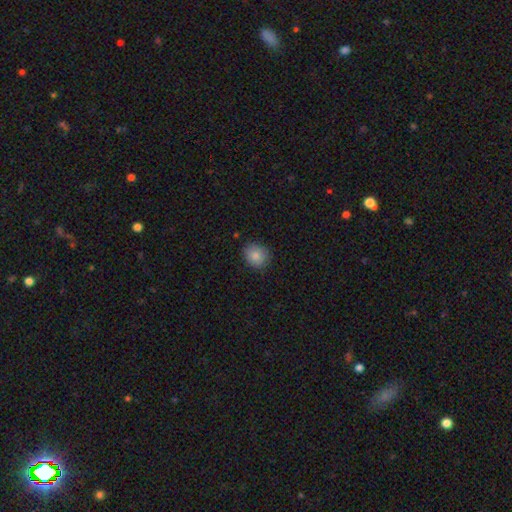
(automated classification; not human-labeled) The model was most divided on "how rounded": round: 72%, in between: 27%, cigar-shaped: 1%. More confident: smooth or featured — smooth (85%); merging — none (84%).